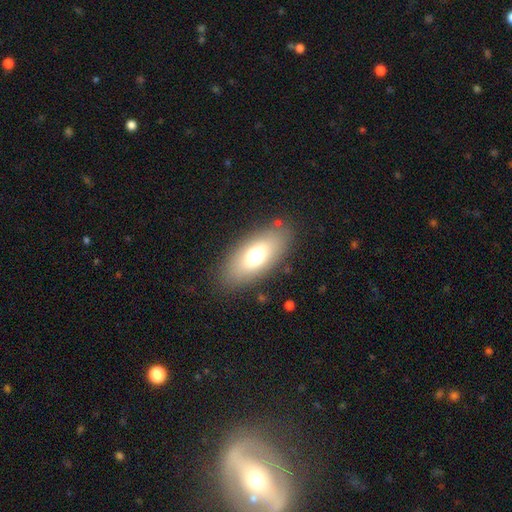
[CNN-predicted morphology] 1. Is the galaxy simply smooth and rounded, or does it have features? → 66% smooth, 23% featured or disk, 11% star or artifact.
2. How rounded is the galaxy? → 86% in between, 8% cigar-shaped, 6% round.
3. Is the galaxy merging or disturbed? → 84% none, 10% minor disturbance, 5% major disturbance, 2% merger.